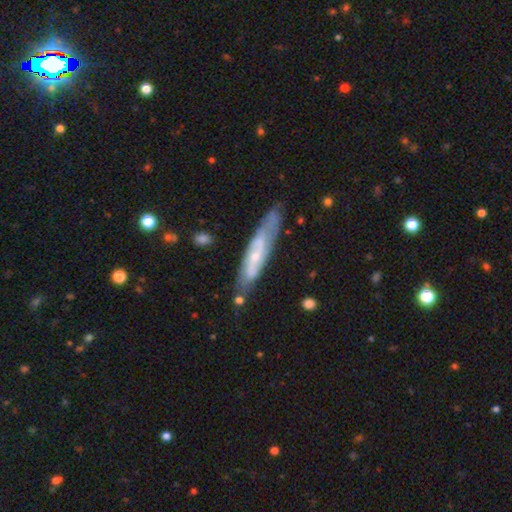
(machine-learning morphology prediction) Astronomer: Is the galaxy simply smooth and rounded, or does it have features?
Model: featured or disk — 64%.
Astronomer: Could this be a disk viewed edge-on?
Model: no — 57% (runner-up: yes, 43%).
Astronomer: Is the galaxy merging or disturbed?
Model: none — 70%.